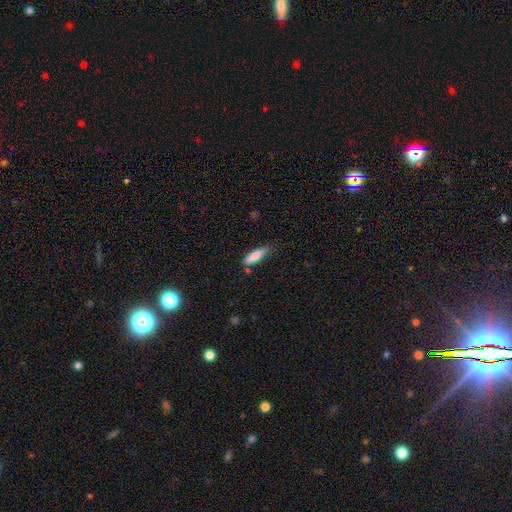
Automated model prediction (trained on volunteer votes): This is clearly a smooth galaxy (84%). How rounded: possibly cigar-shaped (59%). Merging: possibly none (57%).